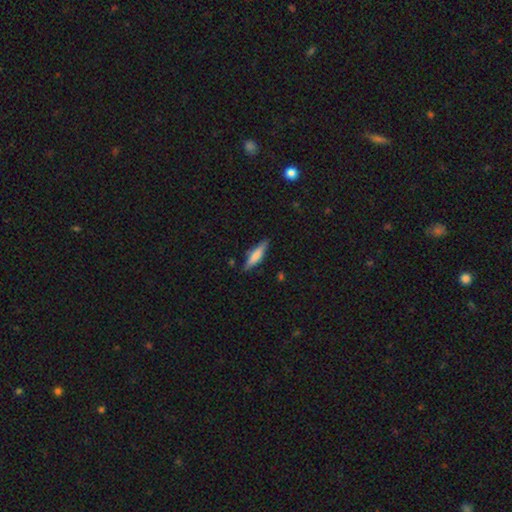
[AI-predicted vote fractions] The model was most divided on "smooth or featured": smooth: 64%, featured or disk: 30%, star or artifact: 6%. More confident: merging — none (83%); how rounded — cigar-shaped (77%).